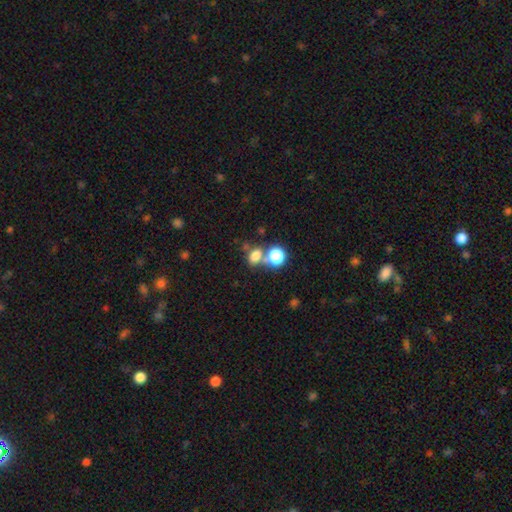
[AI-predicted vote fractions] Smooth or featured? smooth (74%)
How rounded? in between (52%)
Merging? none (47%)